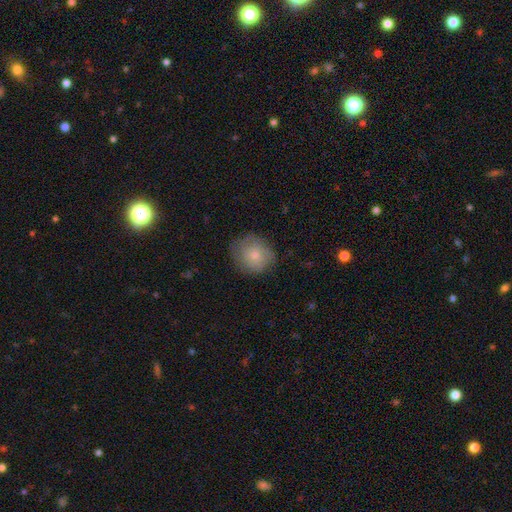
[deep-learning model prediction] Smooth or featured? Predicted: smooth (p=0.67). How rounded? Predicted: round (p=0.79). Merging? Predicted: none (p=0.70).